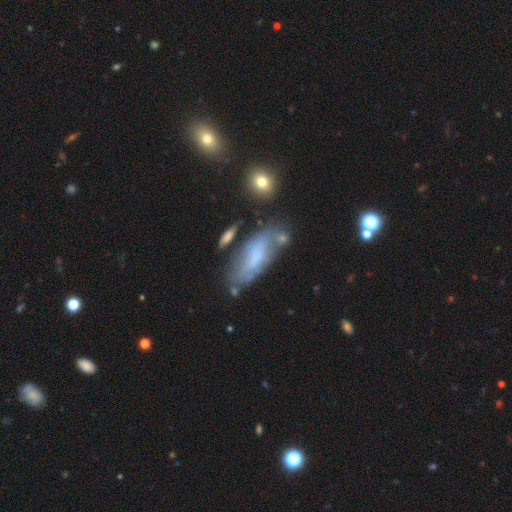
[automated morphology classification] Smooth or featured? featured or disk (47%)
Merging? none (58%)